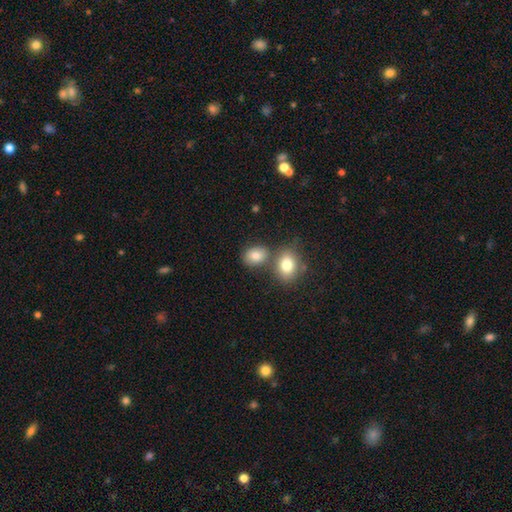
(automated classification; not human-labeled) smooth_or_featured: smooth (p=0.82) [alt: star or artifact p=0.09]
how_rounded: in between (p=0.60) [alt: round p=0.39]
merging: none (p=0.60) [alt: merger p=0.25]